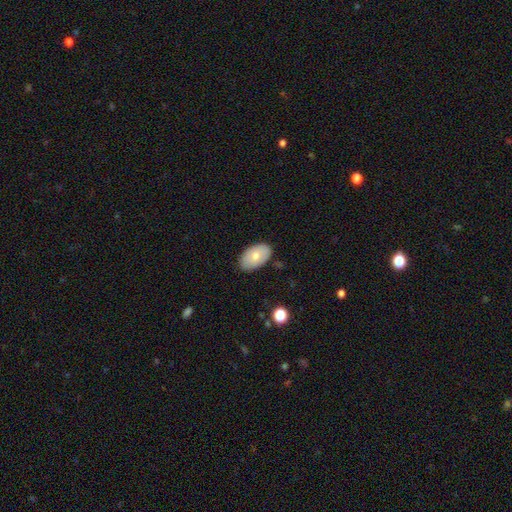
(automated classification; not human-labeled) Smooth or featured?
  - smooth: 73% *
  - featured or disk: 20%
  - star or artifact: 7%
How rounded?
  - in between: 93% *
  - round: 6%
  - cigar-shaped: 1%
Merging?
  - none: 84% *
  - minor disturbance: 13%
  - major disturbance: 2%
  - merger: 1%